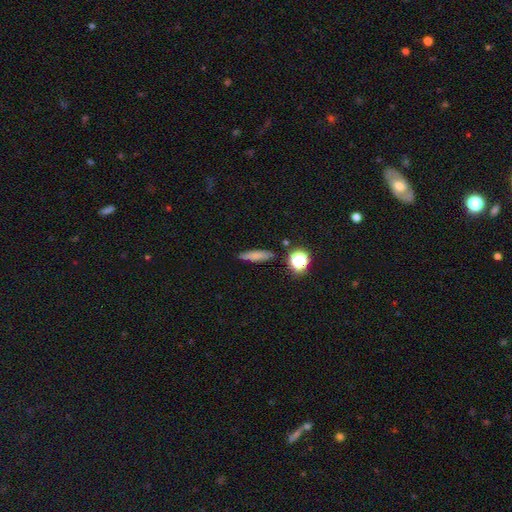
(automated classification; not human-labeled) A smooth galaxy with no disk features (73%) that is cigar-shaped (74%). Merging: none (84%).